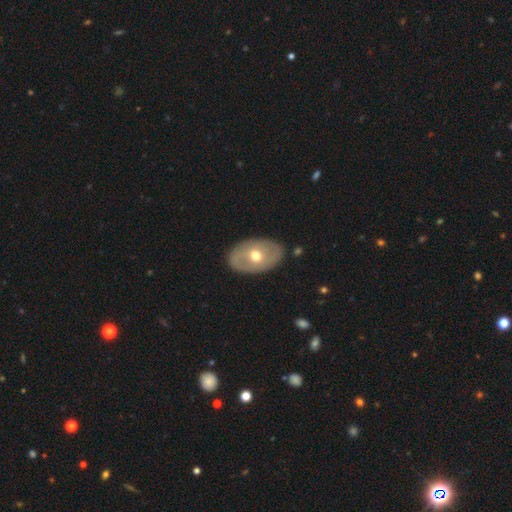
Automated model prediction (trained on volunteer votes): Q: Smooth or featured?
A: featured or disk (53%); runner-up: smooth (42%)
Q: Edge-on disk?
A: no (90%); runner-up: yes (10%)
Q: Merging?
A: none (84%); runner-up: minor disturbance (11%)